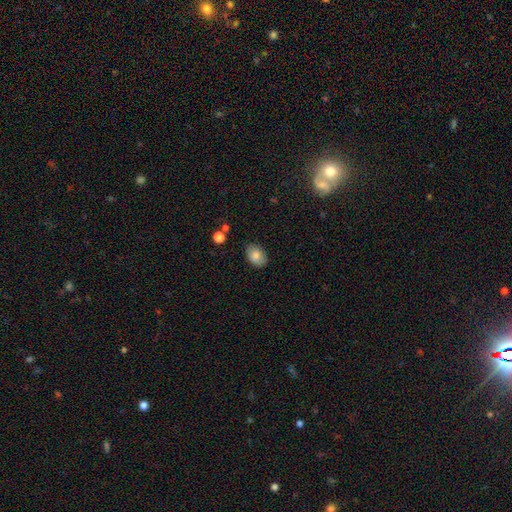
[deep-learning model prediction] A smooth galaxy with no disk features (80%) that is in between round and cigar-shaped (80%).

Vote fractions:
- Smooth or featured? smooth: 80% / featured or disk: 12% / star or artifact: 8%
- How rounded? in between: 80% / round: 19% / cigar-shaped: 1%
- Merging? none: 83% / minor disturbance: 13% / major disturbance: 3% / merger: 1%